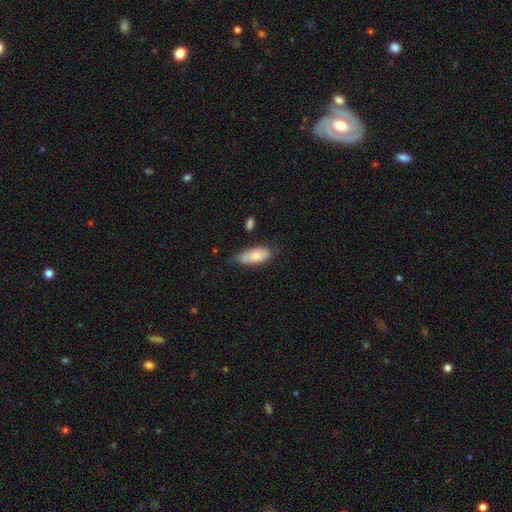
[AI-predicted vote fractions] A smooth galaxy with no disk features (75%) that is in between round and cigar-shaped (86%). Merging: none (52%).